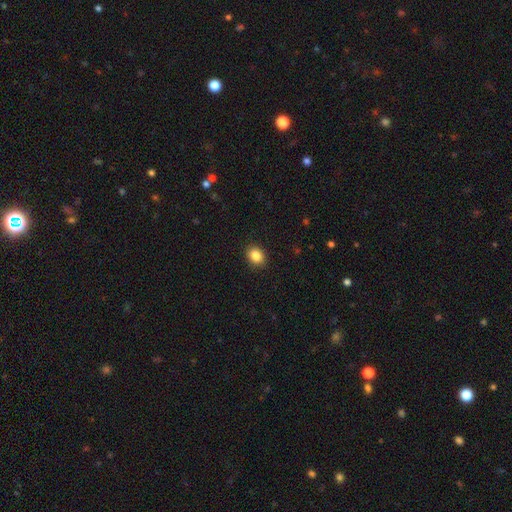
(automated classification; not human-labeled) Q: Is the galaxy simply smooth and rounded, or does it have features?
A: smooth — 86%.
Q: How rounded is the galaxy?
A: in between — 53%.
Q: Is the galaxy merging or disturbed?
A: none — 90%.